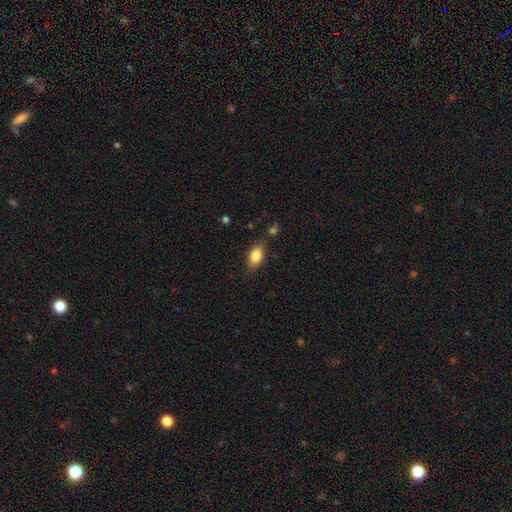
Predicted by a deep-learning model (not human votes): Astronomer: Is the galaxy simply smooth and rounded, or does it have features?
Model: smooth — 82%.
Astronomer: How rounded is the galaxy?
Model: in between — 87%.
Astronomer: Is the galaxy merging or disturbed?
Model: none — 79%.